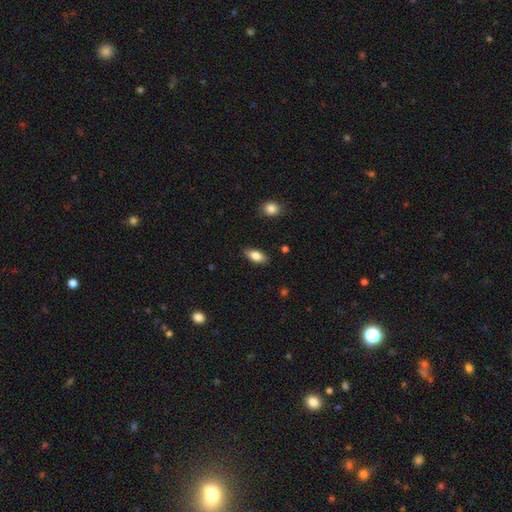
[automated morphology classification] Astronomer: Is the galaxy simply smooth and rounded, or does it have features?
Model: smooth — 79%.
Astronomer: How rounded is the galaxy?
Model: in between — 85%.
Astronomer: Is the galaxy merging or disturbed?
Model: none — 84%.